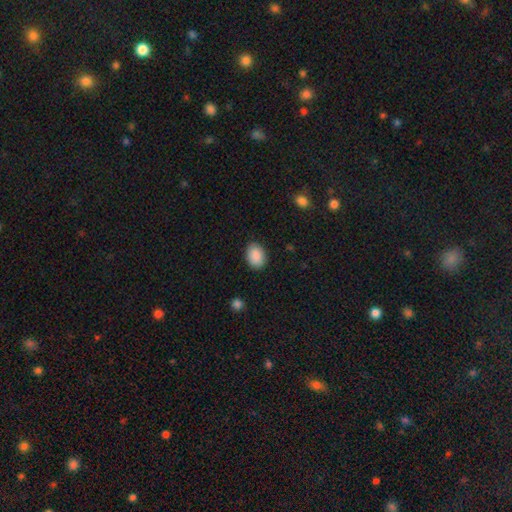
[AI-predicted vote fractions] Morphology: type=smooth (89%); roundness=in between (75%); merging=none (88%).